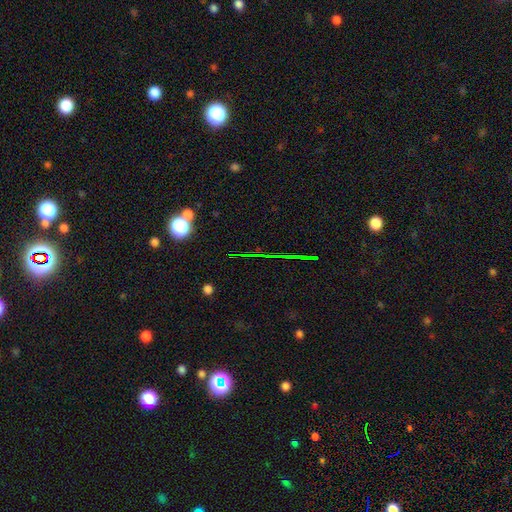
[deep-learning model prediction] The model was most divided on "smooth or featured": star or artifact: 72%, smooth: 15%, featured or disk: 13%.